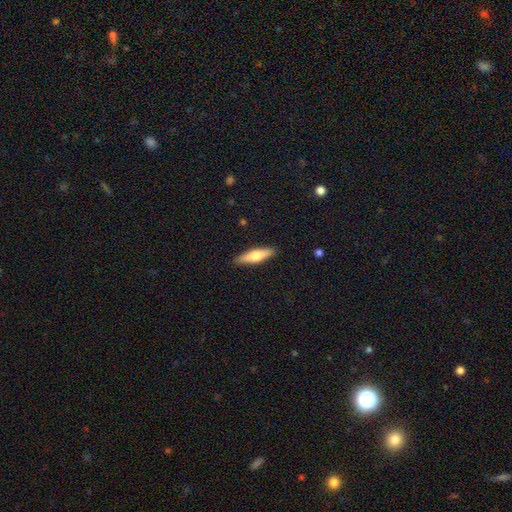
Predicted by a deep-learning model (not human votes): The model was most divided on "smooth or featured": smooth: 57%, featured or disk: 37%, star or artifact: 6%. More confident: merging — none (89%); how rounded — cigar-shaped (68%).